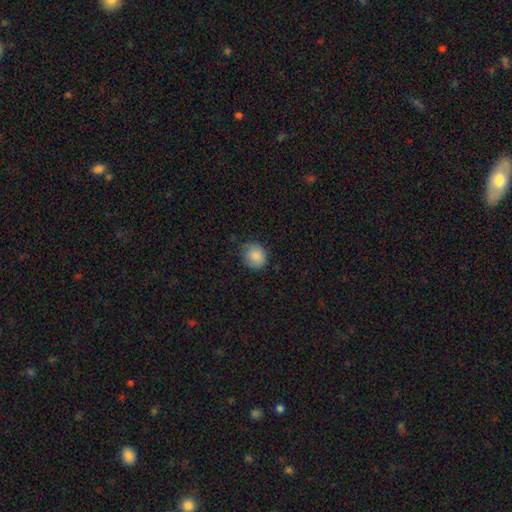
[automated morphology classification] The model was most divided on "merging": none: 62%, minor disturbance: 30%, major disturbance: 7%, merger: 1%. More confident: smooth or featured — smooth (86%); how rounded — round (82%).